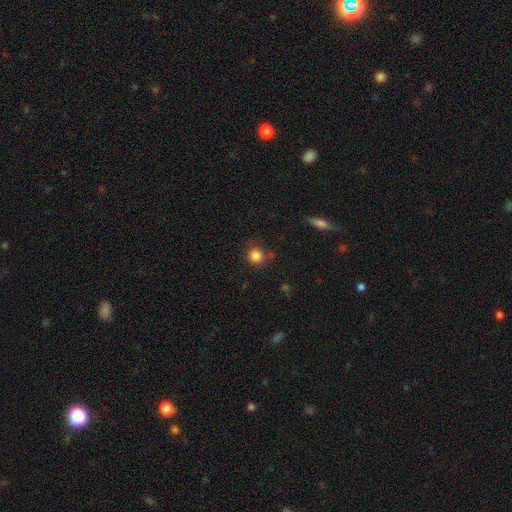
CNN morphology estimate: Smooth or featured: smooth — 84% (star or artifact — 11%)
How rounded: round — 92% (in between — 7%)
Merging: none — 81% (minor disturbance — 13%)